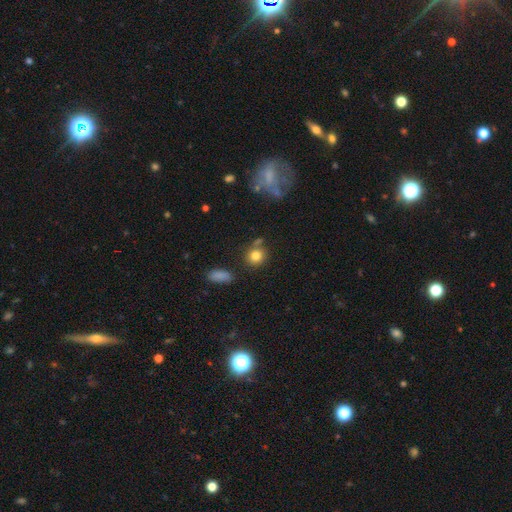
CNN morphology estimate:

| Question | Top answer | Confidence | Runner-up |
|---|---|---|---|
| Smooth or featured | smooth | 81% | star or artifact (11%) |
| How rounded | round | 83% | in between (16%) |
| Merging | none | 70% | minor disturbance (14%) |